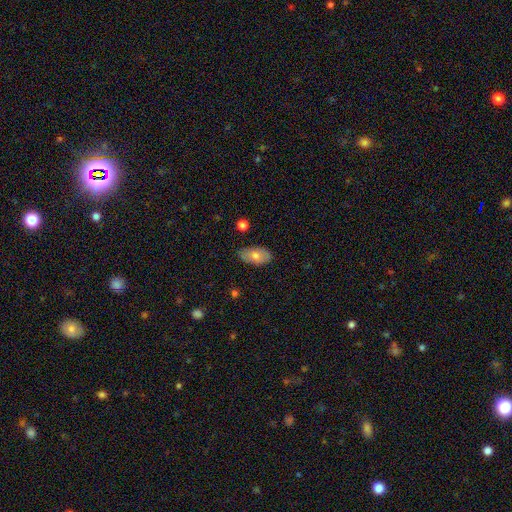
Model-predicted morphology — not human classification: Smooth or featured? Predicted: smooth (p=0.72). How rounded? Predicted: in between (p=0.93). Merging? Predicted: none (p=0.80).